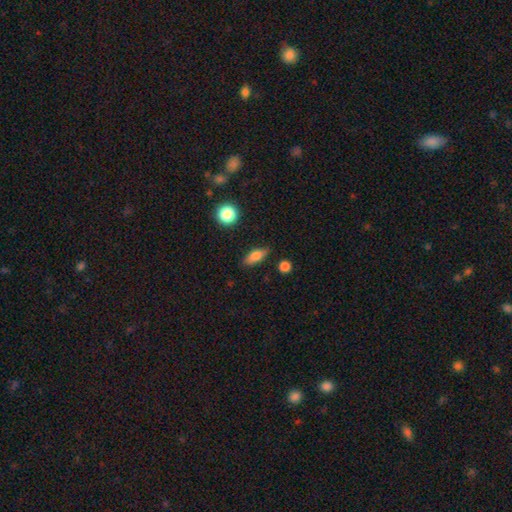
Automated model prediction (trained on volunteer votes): This appears to be a smooth galaxy with no disk features (77%) that is in between round and cigar-shaped (73%). Merging: none (80%).